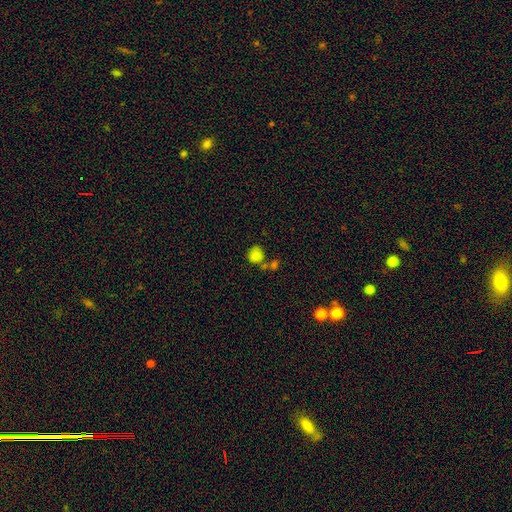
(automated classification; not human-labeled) Smooth or featured? Predicted: smooth (p=0.81). How rounded? Predicted: round (p=0.79). Merging? Predicted: none (p=0.53).